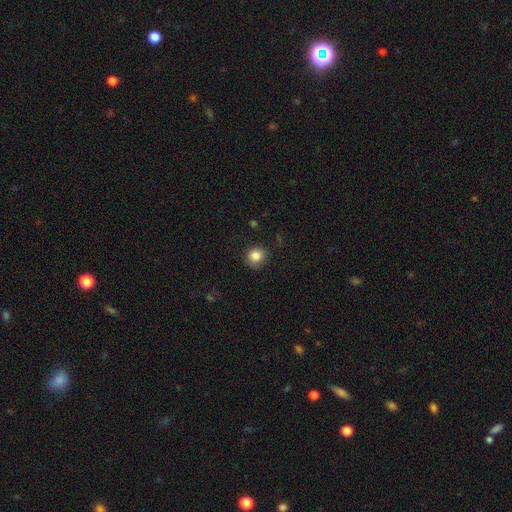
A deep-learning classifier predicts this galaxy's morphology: type=smooth (85%); roundness=round (87%); merging=none (85%).